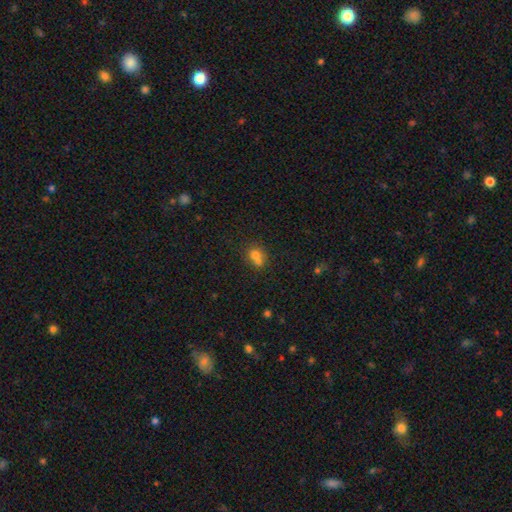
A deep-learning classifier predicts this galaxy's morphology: smooth-or-featured: smooth: 71% | featured or disk: 15% | star or artifact: 14%
  how-rounded: round: 67% | in between: 32% | cigar-shaped: 1%
  merging: merger: 50% | none: 36% | minor disturbance: 10% | major disturbance: 4%